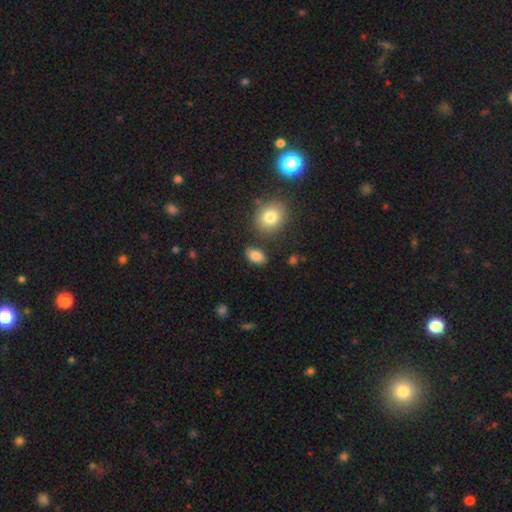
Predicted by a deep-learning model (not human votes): Morphology: type=smooth (84%); roundness=in between (88%); merging=none (81%).